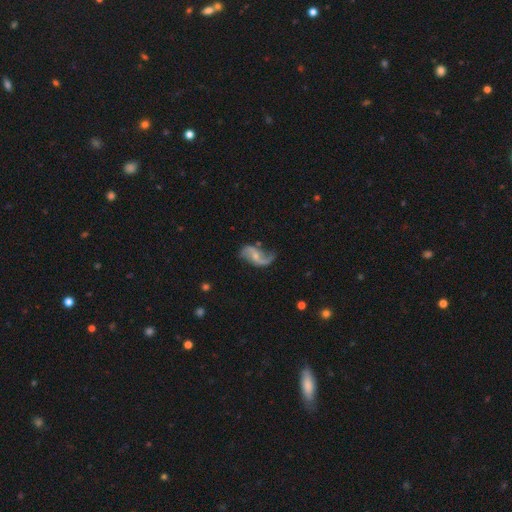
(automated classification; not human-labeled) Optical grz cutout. It shows a featured or disk galaxy (85%) with a weak bar (43%), 2 (89%) loose (83%) spiral arms (95%) and a small central bulge (58%). Merging: none (60%).